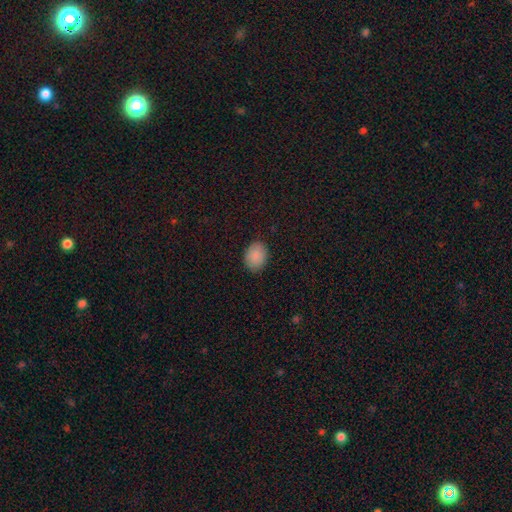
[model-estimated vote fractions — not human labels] Overall: smooth (89%). How rounded: in between (62%; round 37%). Merging: none (87%).